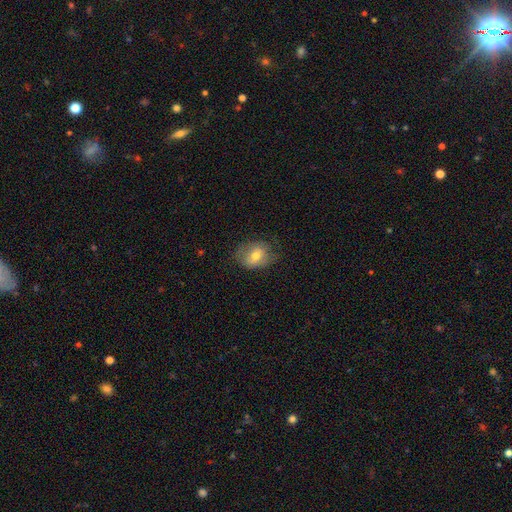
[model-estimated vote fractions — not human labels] A smooth galaxy with no disk features (62%) that is in between round and cigar-shaped (61%).

Vote fractions:
- Smooth or featured? smooth: 62% / featured or disk: 29% / star or artifact: 8%
- How rounded? in between: 61% / round: 38% / cigar-shaped: 1%
- Merging? none: 67% / minor disturbance: 23% / major disturbance: 9% / merger: 1%